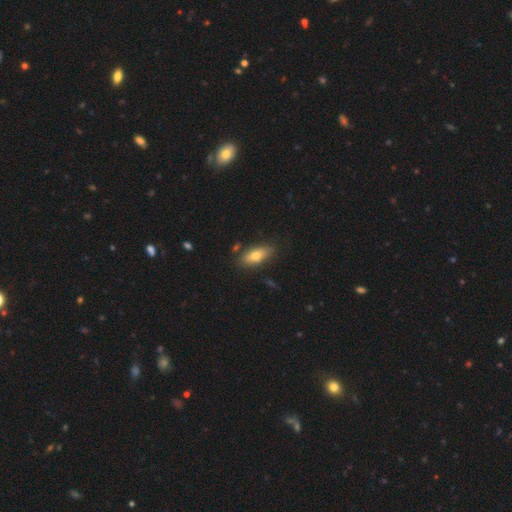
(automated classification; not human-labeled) The model was most divided on "smooth or featured": smooth: 74%, featured or disk: 19%, star or artifact: 7%. More confident: how rounded — in between (82%); merging — none (80%).